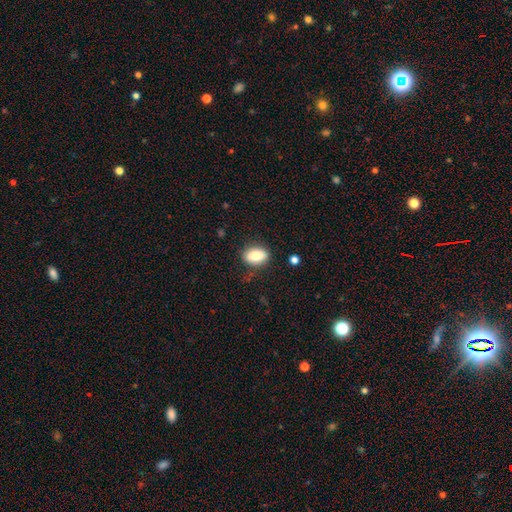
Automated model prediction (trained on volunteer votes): A smooth galaxy with no disk features (81%) that is in between round and cigar-shaped (83%). Merging: none (81%).